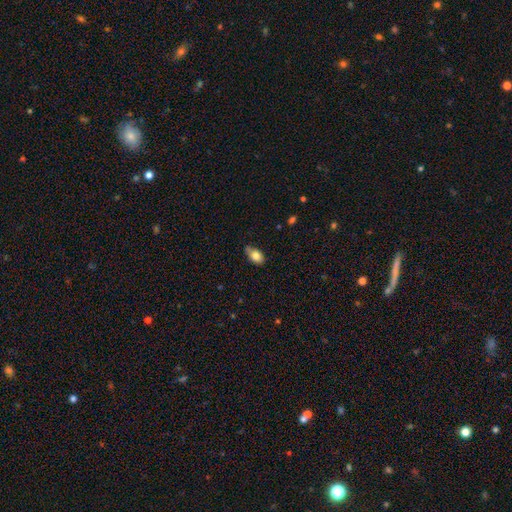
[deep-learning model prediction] Q: Smooth or featured?
A: smooth (80%); runner-up: featured or disk (12%)
Q: How rounded?
A: in between (87%); runner-up: round (10%)
Q: Merging?
A: none (63%); runner-up: minor disturbance (29%)